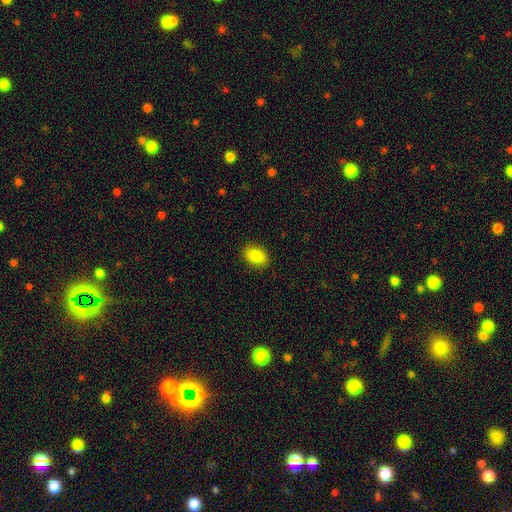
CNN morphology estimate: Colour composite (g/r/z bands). It shows a smooth galaxy with no disk features (86%) that is in between round and cigar-shaped (81%). Merging: none (88%).